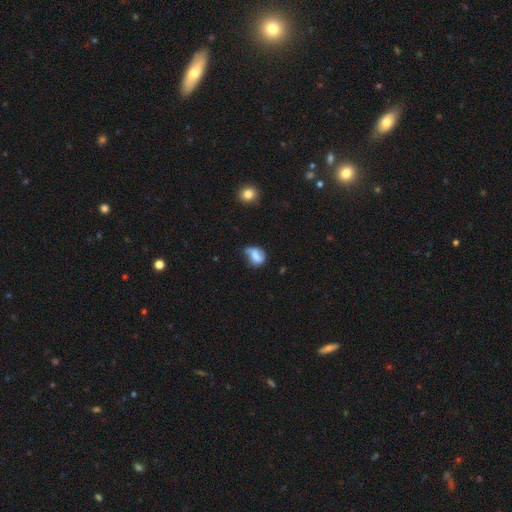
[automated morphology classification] smooth_or_featured: smooth (p=0.58) [alt: featured or disk p=0.32]
how_rounded: in between (p=0.64) [alt: round p=0.34]
merging: none (p=0.38) [alt: minor disturbance p=0.36]